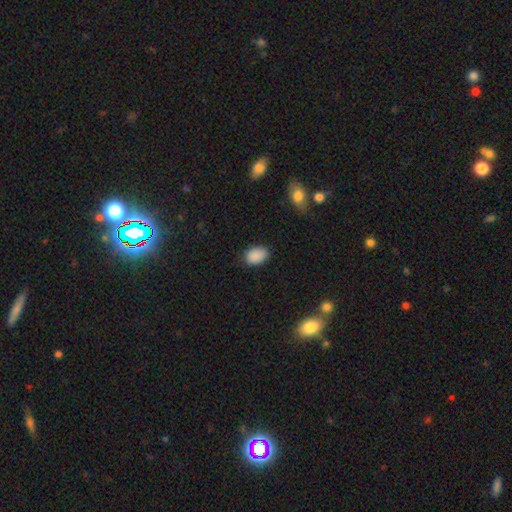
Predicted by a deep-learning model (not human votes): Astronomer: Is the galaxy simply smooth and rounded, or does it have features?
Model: smooth — 89%.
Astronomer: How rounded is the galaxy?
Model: in between — 86%.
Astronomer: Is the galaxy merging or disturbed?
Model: none — 81%.